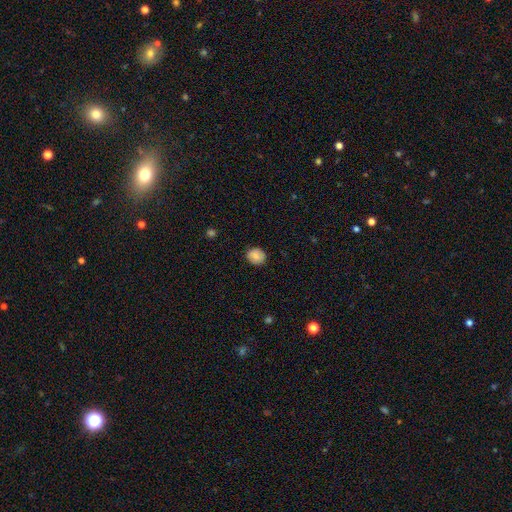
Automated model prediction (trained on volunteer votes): This appears to be a smooth galaxy with no disk features (80%) that is round (75%). Merging: none (84%).